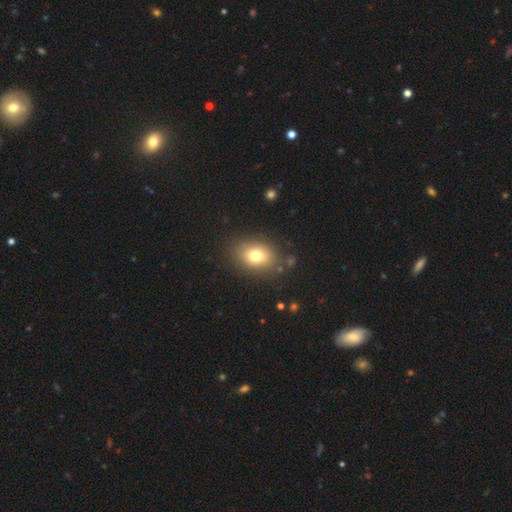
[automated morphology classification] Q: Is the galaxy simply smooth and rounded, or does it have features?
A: smooth — 76%.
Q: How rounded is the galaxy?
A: in between — 65%.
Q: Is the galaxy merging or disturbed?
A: none — 83%.